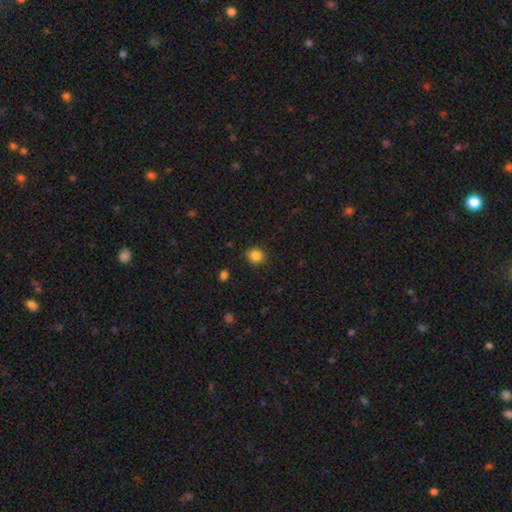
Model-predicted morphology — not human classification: This is clearly a smooth galaxy (85%). How rounded: likely round (76%). Merging: clearly none (88%).